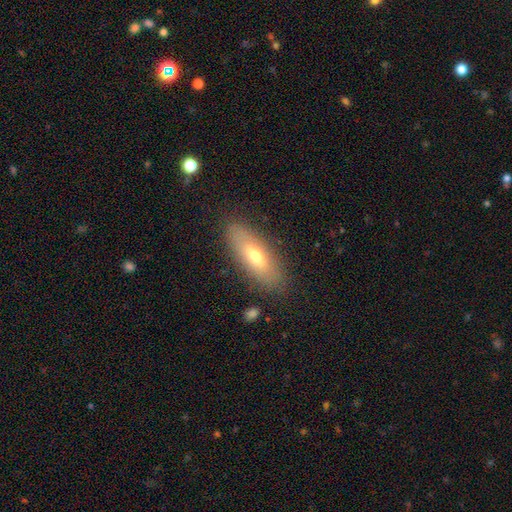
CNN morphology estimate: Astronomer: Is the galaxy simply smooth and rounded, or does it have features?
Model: smooth — 63%.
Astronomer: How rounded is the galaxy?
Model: in between — 65%.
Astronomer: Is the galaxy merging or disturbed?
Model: none — 84%.